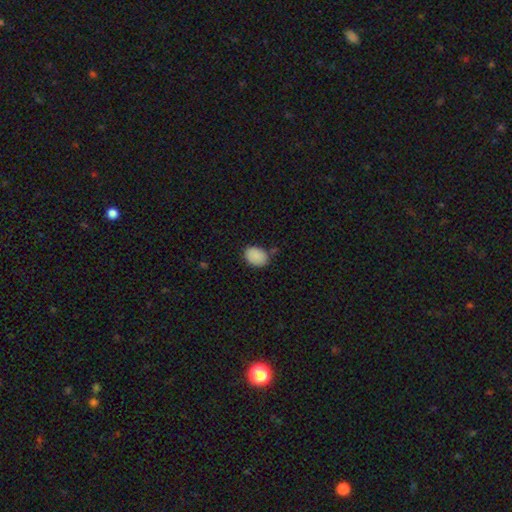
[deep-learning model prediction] A smooth galaxy with no disk features (89%) that is in between round and cigar-shaped (73%). Merging: none (75%).